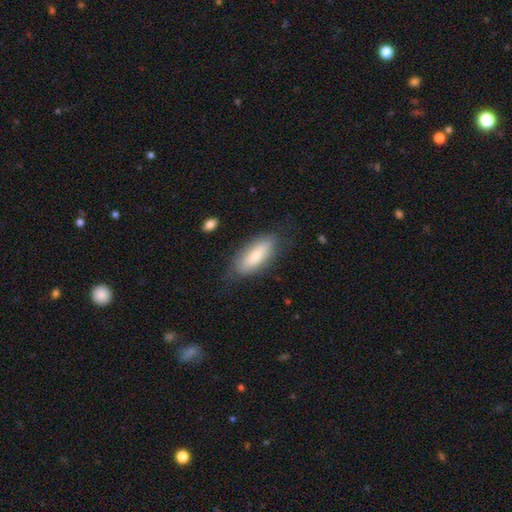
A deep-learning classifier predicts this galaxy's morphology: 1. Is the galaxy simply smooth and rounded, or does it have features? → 72% smooth, 21% featured or disk, 7% star or artifact.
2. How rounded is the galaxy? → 75% in between, 23% cigar-shaped, 2% round.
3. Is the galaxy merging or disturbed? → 73% none, 19% minor disturbance, 6% major disturbance, 2% merger.